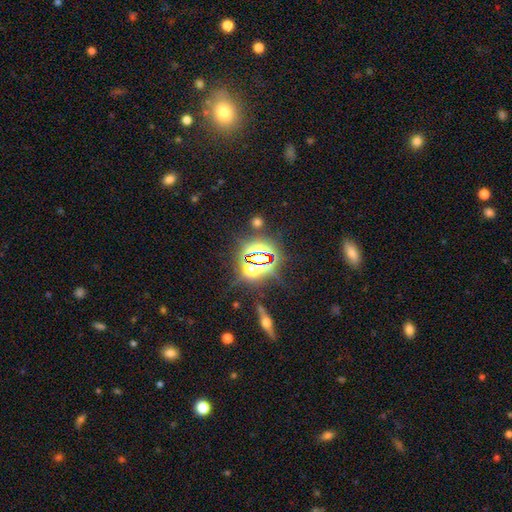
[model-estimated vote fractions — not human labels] Morphology: type=star or artifact (76%).